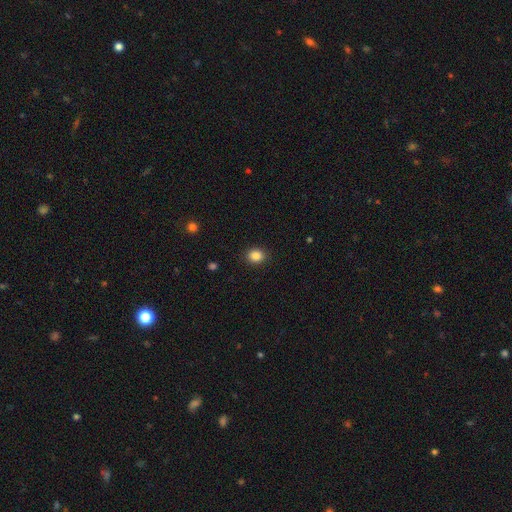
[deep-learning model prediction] Smooth or featured: smooth — 86% (star or artifact — 10%)
How rounded: round — 62% (in between — 37%)
Merging: none — 90% (minor disturbance — 7%)